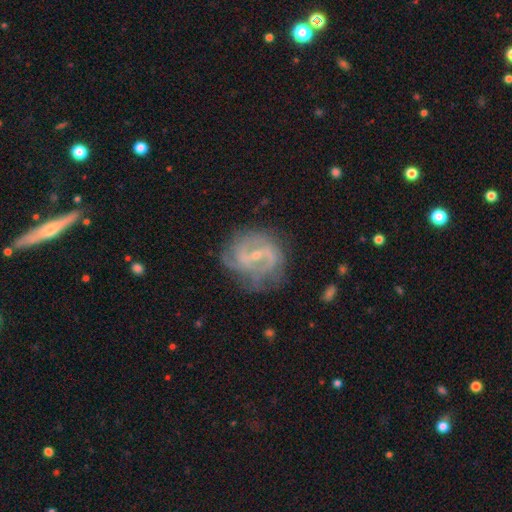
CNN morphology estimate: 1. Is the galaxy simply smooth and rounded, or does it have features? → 80% featured or disk, 11% smooth, 9% star or artifact.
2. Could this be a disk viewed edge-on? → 97% no, 3% yes.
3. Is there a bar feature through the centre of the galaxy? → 50% weak, 29% no, 20% strong.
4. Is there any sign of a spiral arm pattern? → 90% yes, 10% no.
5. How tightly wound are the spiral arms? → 44% medium, 35% tight, 21% loose.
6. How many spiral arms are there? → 43% 2, 25% can't tell, 17% 3, 6% 4, 5% 1, 4% more than 4.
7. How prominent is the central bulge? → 68% small, 25% moderate, 4% none, 1% large, 1% dominant.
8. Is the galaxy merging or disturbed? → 66% none, 20% minor disturbance, 12% major disturbance, 2% merger.